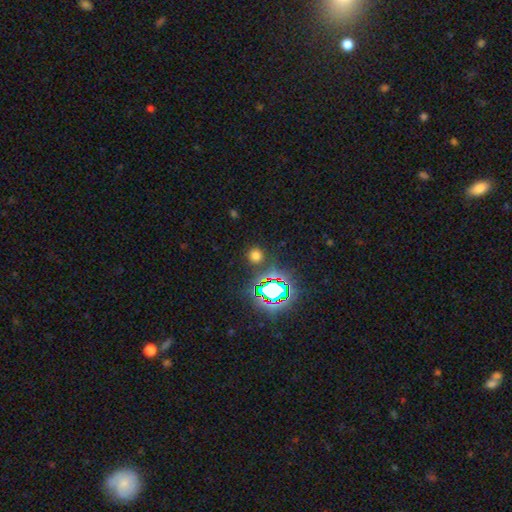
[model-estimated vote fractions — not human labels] A smooth galaxy with no disk features (63%) that is round (91%). Merging: none (86%).